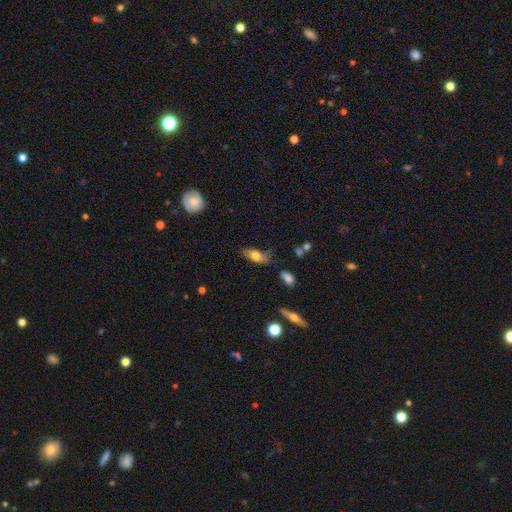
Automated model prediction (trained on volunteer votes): Smooth or featured? smooth (69%)
How rounded? in between (84%)
Merging? none (57%)